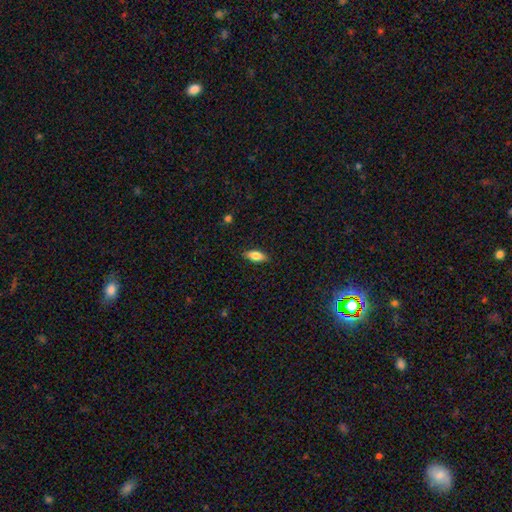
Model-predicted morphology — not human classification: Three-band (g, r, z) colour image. It shows a smooth galaxy with no disk features (77%) that is in between round and cigar-shaped (80%). Merging: none (88%).